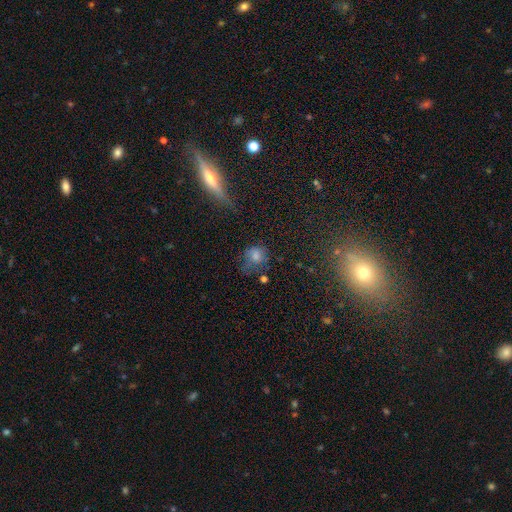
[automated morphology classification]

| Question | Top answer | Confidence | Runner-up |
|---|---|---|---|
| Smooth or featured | smooth | 62% | featured or disk (19%) |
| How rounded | round | 60% | in between (38%) |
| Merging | none | 41% | major disturbance (27%) |